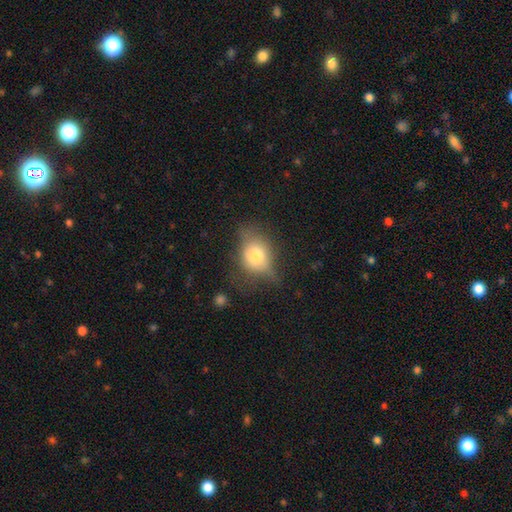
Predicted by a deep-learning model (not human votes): smooth_or_featured: smooth (p=0.66) [alt: featured or disk p=0.24]
how_rounded: in between (p=0.57) [alt: round p=0.40]
merging: none (p=0.45) [alt: minor disturbance p=0.33]